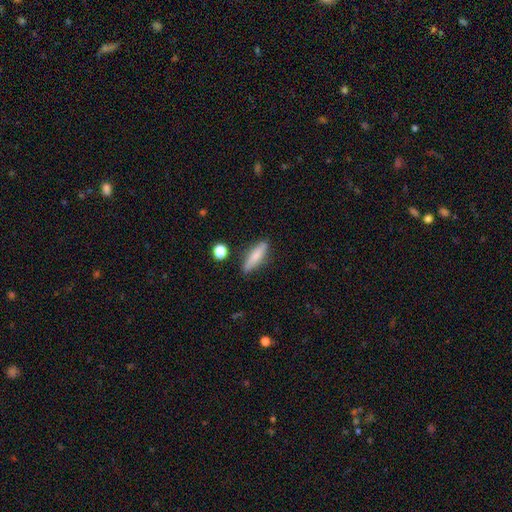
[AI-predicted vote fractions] A smooth galaxy with no disk features (72%) that is cigar-shaped (67%).

Vote fractions:
- Smooth or featured? smooth: 72% / featured or disk: 21% / star or artifact: 7%
- How rounded? cigar-shaped: 67% / in between: 31% / round: 2%
- Merging? none: 79% / minor disturbance: 15% / major disturbance: 3% / merger: 3%